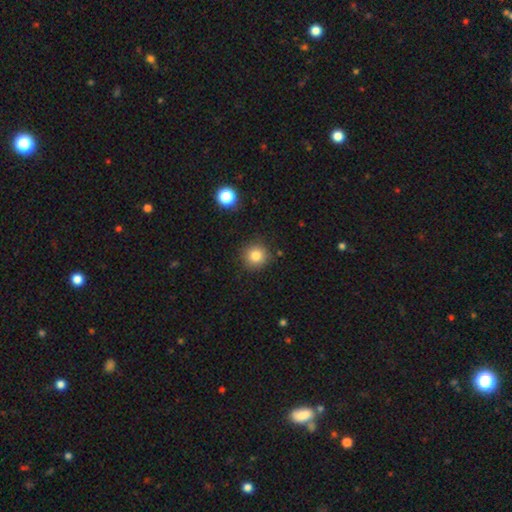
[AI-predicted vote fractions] This is clearly a smooth galaxy (82%). How rounded: clearly round (94%). Merging: clearly none (88%).